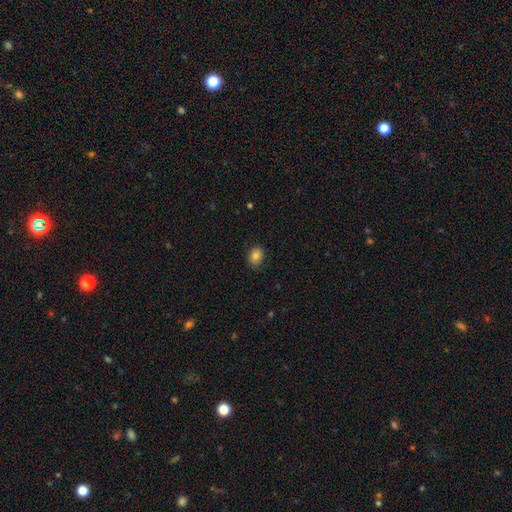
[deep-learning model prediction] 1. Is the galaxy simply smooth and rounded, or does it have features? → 82% smooth, 10% star or artifact, 9% featured or disk.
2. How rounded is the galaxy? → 57% in between, 42% round, 1% cigar-shaped.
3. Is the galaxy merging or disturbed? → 82% none, 14% minor disturbance, 3% major disturbance, 1% merger.